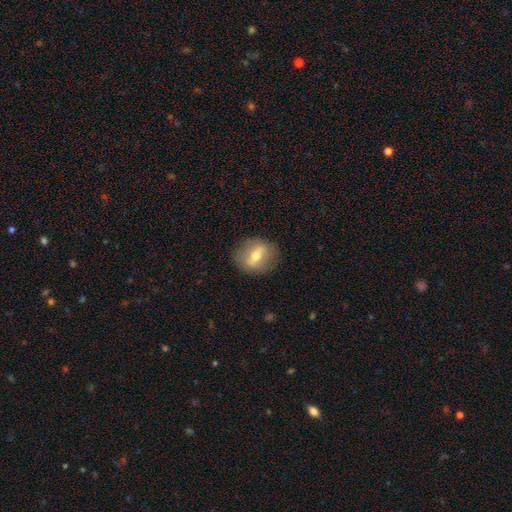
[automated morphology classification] featured or disk 52%, smooth 40%, star or artifact 8%. Down the decision tree: edge-on disk — no (75%); merging — none (85%).